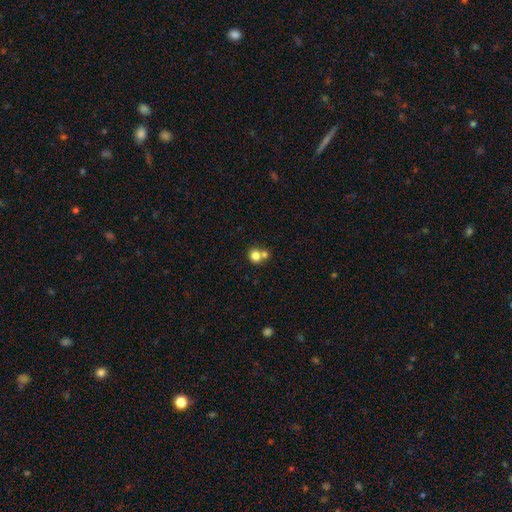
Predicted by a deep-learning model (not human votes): The model was most divided on "merging": merger: 47%, none: 44%, minor disturbance: 7%, major disturbance: 3%. More confident: how rounded — round (84%); smooth or featured — smooth (79%).